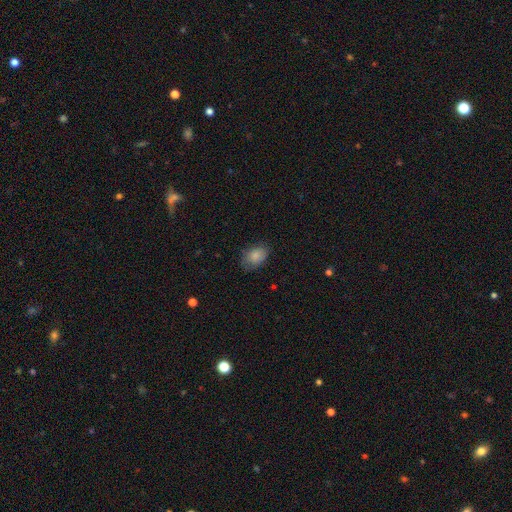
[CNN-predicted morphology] type=smooth (85%); roundness=in between (80%); merging=none (74%).